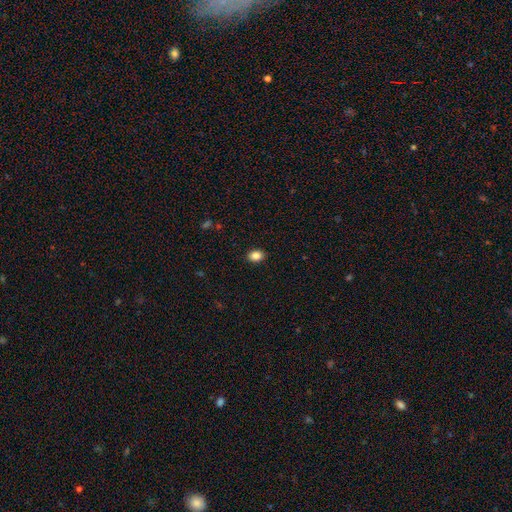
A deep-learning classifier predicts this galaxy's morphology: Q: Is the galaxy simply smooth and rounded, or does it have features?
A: smooth — 86%.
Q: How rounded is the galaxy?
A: in between — 68%.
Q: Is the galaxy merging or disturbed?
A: none — 90%.